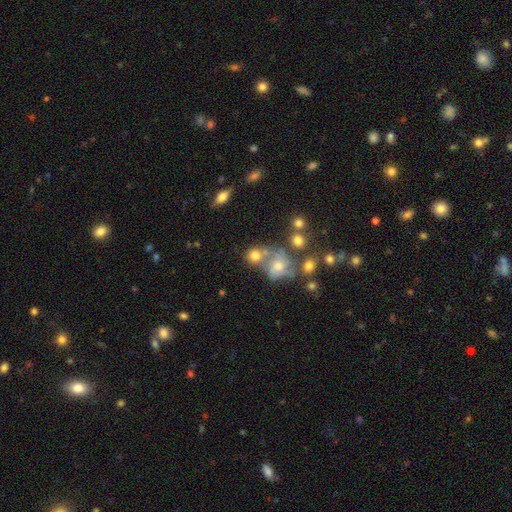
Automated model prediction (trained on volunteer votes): Smooth or featured: smooth — 65% (featured or disk — 23%)
How rounded: round — 71% (in between — 28%)
Merging: merger — 41% (none — 35%)